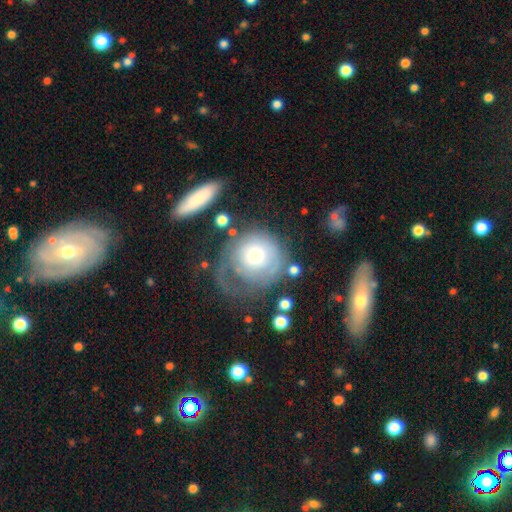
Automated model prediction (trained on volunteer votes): This appears to be a featured or disk galaxy (48%). Merging: none (43%).